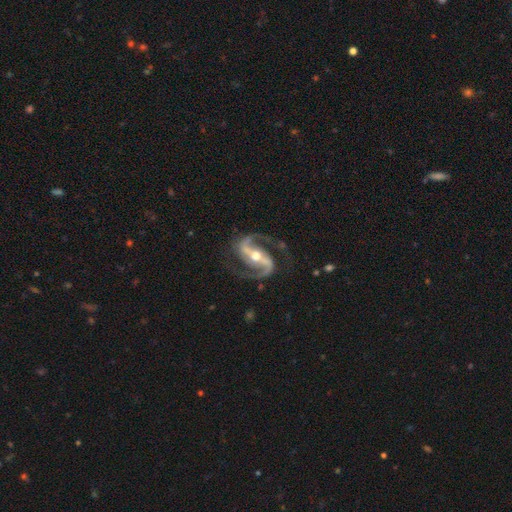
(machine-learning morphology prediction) This is clearly a featured or disk galaxy (94%). It is clearly not viewed edge-on (97%). Bar: likely strong (63%). Spiral arm pattern: clearly yes (98%). Spiral arm count: clearly 2 (95%). Spiral winding: likely medium (65%). Central bulge: likely moderate (71%). Merging: clearly none (80%).